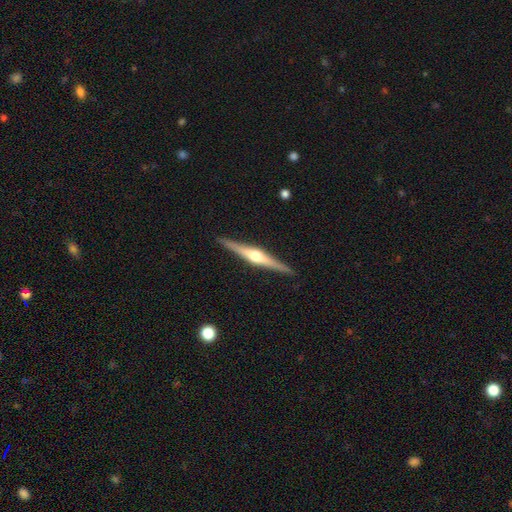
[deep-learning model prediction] Q: Smooth or featured?
A: featured or disk (80%); runner-up: smooth (15%)
Q: Edge-on disk?
A: yes (98%); runner-up: no (2%)
Q: Edge-on bulge?
A: rounded (93%); runner-up: boxy (4%)
Q: Merging?
A: none (91%); runner-up: minor disturbance (7%)